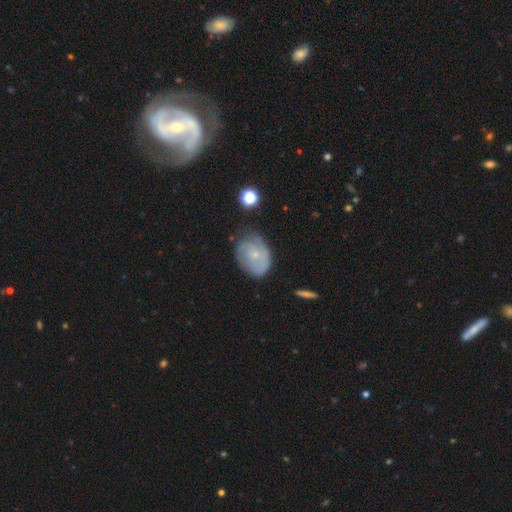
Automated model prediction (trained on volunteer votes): Q: Smooth or featured?
A: featured or disk (51%); runner-up: smooth (41%)
Q: Edge-on disk?
A: no (96%); runner-up: yes (4%)
Q: Merging?
A: none (55%); runner-up: minor disturbance (31%)